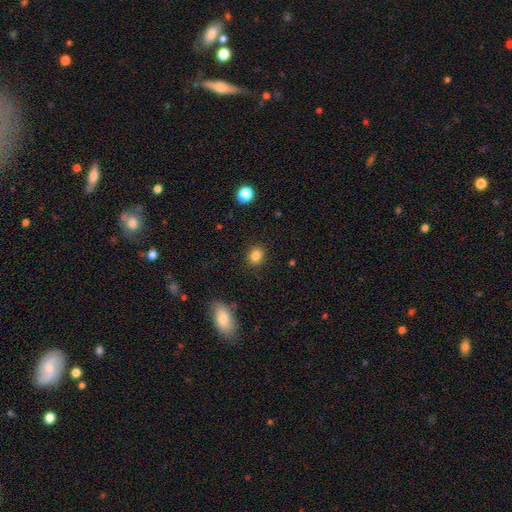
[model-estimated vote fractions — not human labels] smooth_or_featured: smooth (p=0.84) [alt: star or artifact p=0.10]
how_rounded: round (p=0.61) [alt: in between p=0.38]
merging: none (p=0.88) [alt: minor disturbance p=0.09]